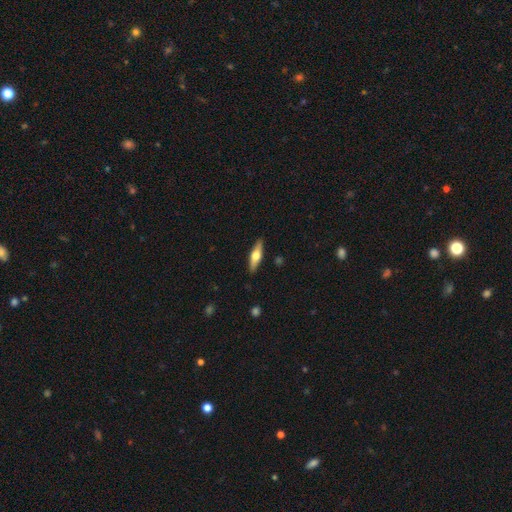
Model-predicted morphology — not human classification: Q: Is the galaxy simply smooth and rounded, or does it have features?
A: featured or disk — 52%.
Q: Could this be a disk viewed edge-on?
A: yes — 94%.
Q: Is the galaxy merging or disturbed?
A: none — 89%.